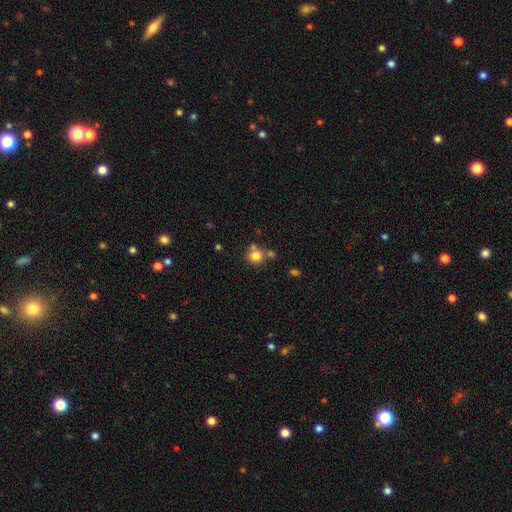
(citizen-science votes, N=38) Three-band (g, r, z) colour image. It shows a smooth galaxy with no disk features (82%) that is round (84%). Merging: none (57%).